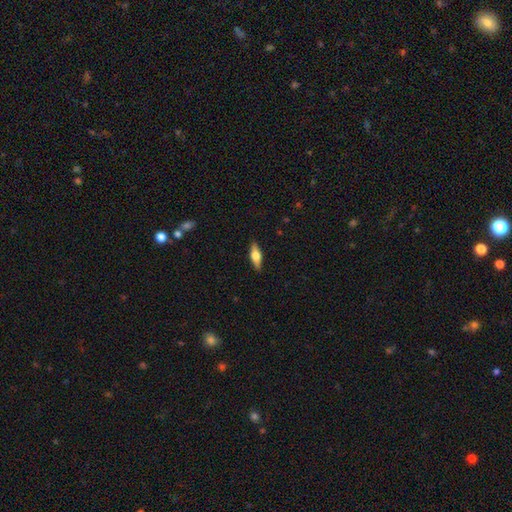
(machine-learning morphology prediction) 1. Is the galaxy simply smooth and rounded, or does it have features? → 50% smooth, 44% featured or disk, 6% star or artifact.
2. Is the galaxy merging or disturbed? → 89% none, 8% minor disturbance, 2% major disturbance, 1% merger.